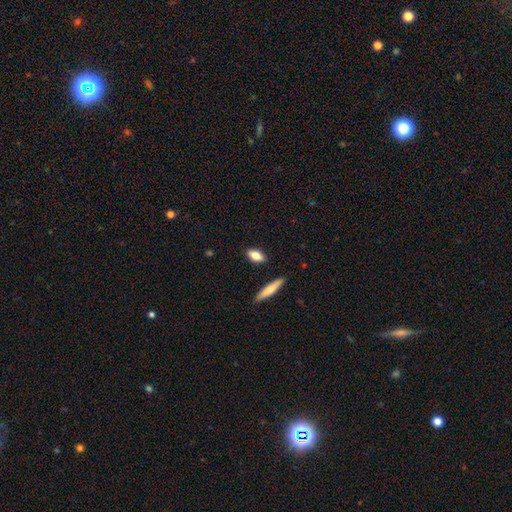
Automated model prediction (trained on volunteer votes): Q: Smooth or featured?
A: smooth (78%); runner-up: featured or disk (15%)
Q: How rounded?
A: in between (78%); runner-up: cigar-shaped (17%)
Q: Merging?
A: none (86%); runner-up: minor disturbance (9%)